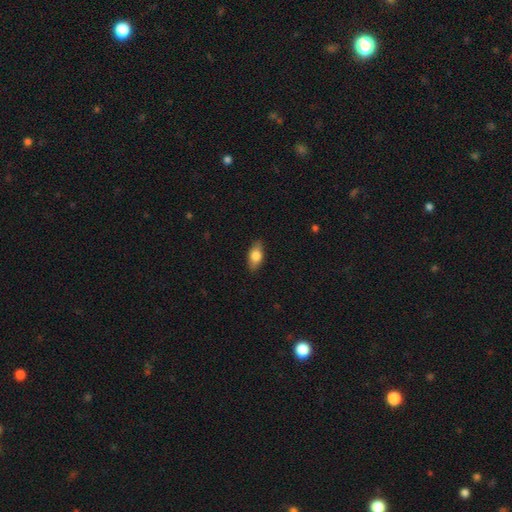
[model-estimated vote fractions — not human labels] Morphology: type=smooth (77%); roundness=in between (87%); merging=none (87%).